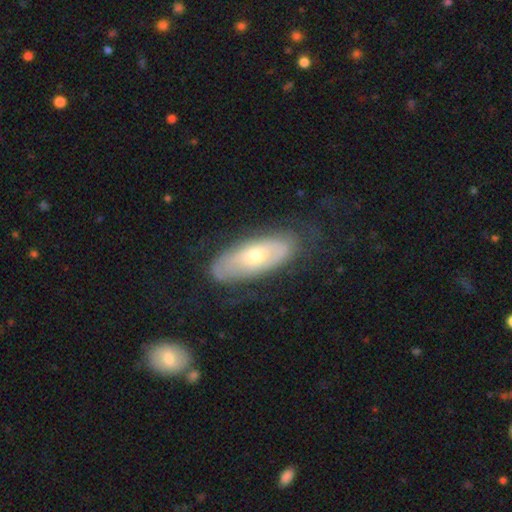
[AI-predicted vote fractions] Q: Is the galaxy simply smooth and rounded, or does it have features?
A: featured or disk — 53%.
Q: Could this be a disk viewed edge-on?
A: no — 80%.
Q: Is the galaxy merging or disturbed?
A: none — 71%.